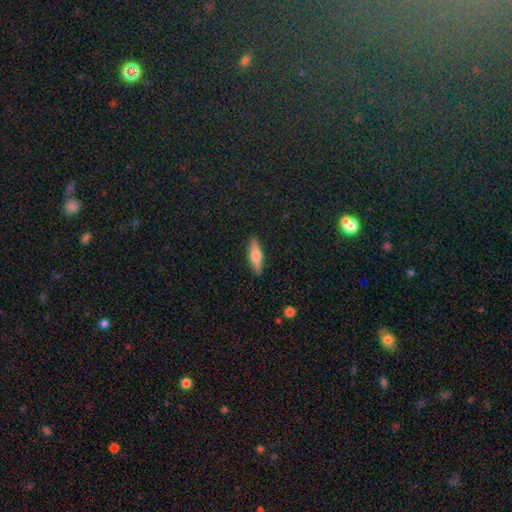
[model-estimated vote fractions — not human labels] Smooth or featured? smooth (54%)
How rounded? cigar-shaped (63%)
Merging? none (90%)